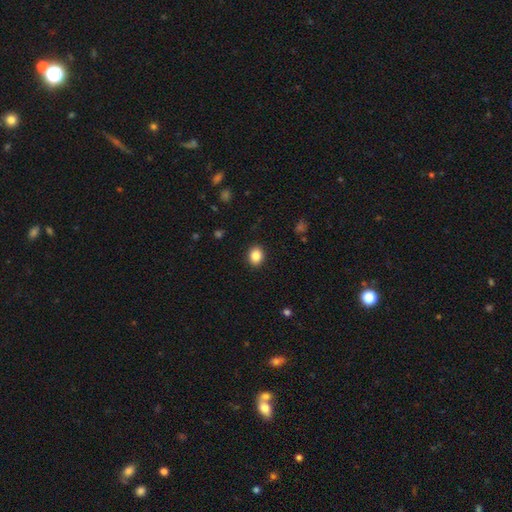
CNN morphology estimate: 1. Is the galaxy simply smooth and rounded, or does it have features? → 86% smooth, 9% star or artifact, 5% featured or disk.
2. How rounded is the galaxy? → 55% round, 45% in between, 1% cigar-shaped.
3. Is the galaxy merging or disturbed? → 90% none, 7% minor disturbance, 2% major disturbance, 1% merger.